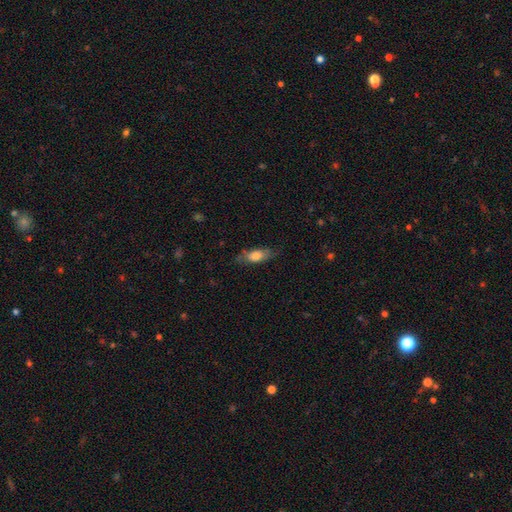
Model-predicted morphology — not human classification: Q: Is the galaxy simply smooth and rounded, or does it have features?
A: smooth — 72%.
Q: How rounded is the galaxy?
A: in between — 73%.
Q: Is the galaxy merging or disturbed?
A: none — 69%.